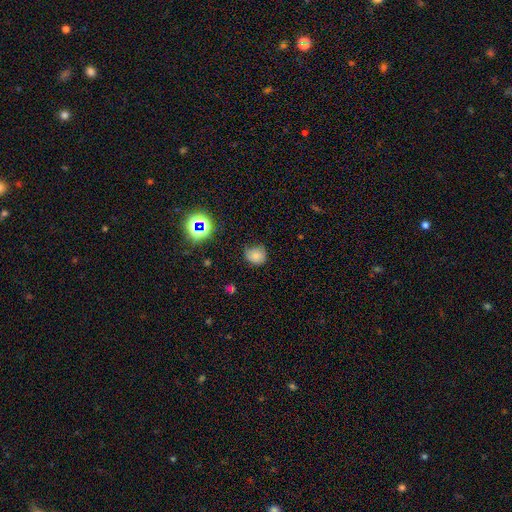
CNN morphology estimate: Smooth or featured: smooth — 75% (star or artifact — 17%)
How rounded: round — 78% (in between — 22%)
Merging: none — 70% (minor disturbance — 24%)